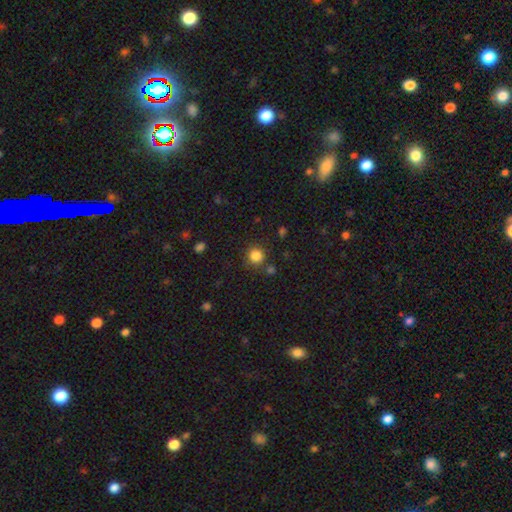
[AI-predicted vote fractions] smooth-or-featured: smooth: 84% | star or artifact: 12% | featured or disk: 4%
  how-rounded: round: 92% | in between: 7% | cigar-shaped: 1%
  merging: none: 83% | minor disturbance: 9% | merger: 6% | major disturbance: 3%